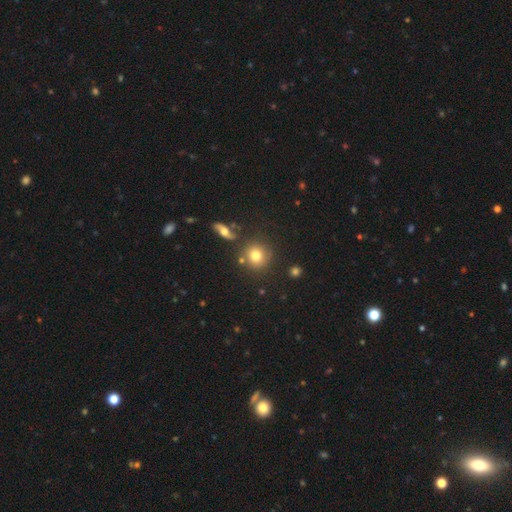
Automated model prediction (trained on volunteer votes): Q: Smooth or featured?
A: smooth (76%); runner-up: featured or disk (13%)
Q: How rounded?
A: round (89%); runner-up: in between (10%)
Q: Merging?
A: none (75%); runner-up: minor disturbance (12%)